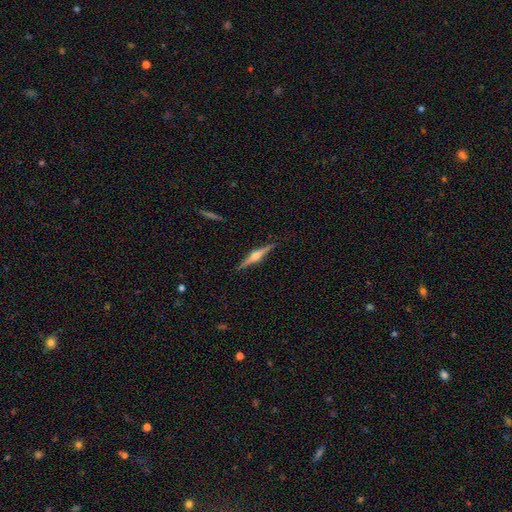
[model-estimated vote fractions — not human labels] Smooth or featured? Predicted: featured or disk (p=0.77). Edge-on disk? Predicted: yes (p=0.98). Edge-on bulge? Predicted: rounded (p=0.92). Merging? Predicted: none (p=0.90).